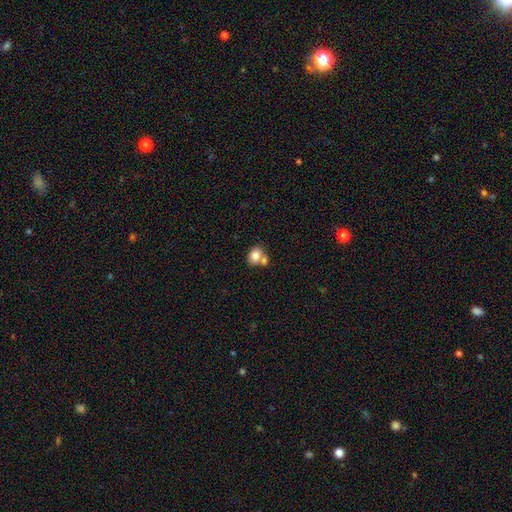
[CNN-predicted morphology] Smooth or featured?
  - smooth: 80% *
  - featured or disk: 11%
  - star or artifact: 9%
How rounded?
  - in between: 54% *
  - round: 45%
  - cigar-shaped: 1%
Merging?
  - merger: 43% * (tied)
  - none: 43% * (tied)
  - minor disturbance: 10%
  - major disturbance: 4%